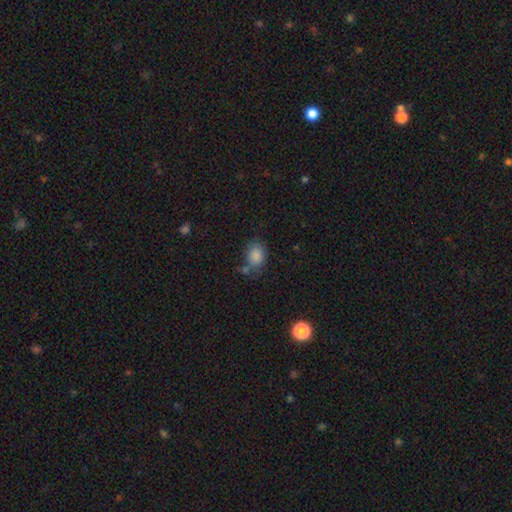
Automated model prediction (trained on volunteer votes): Overall: smooth (85%). How rounded: in between (62%; round 37%). Merging: none (63%).